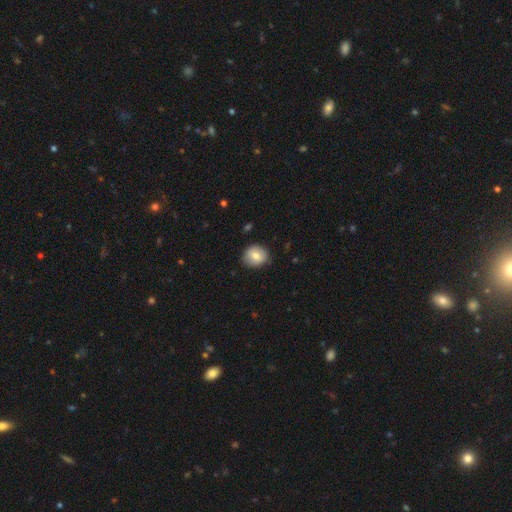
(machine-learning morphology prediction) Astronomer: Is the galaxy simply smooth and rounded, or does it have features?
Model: smooth — 76%.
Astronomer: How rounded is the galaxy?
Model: round — 76%.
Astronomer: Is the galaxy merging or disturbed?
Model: none — 85%.